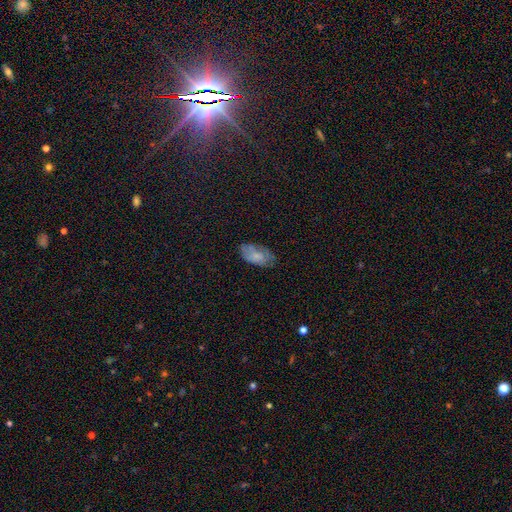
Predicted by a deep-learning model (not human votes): This appears to be a smooth galaxy with no disk features (69%) that is in between round and cigar-shaped (94%). Merging: none (62%).